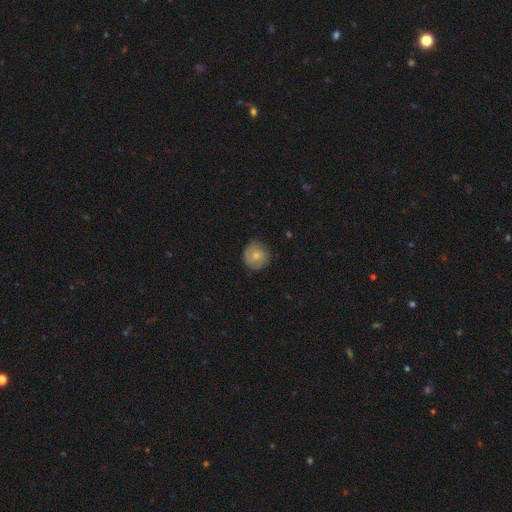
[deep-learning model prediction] A smooth galaxy with no disk features (67%) that is round (91%). Merging: none (78%).